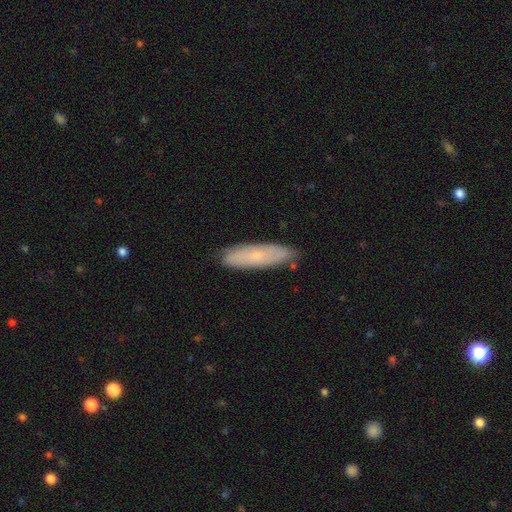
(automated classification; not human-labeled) Smooth or featured? smooth (60%)
How rounded? cigar-shaped (68%)
Merging? none (84%)